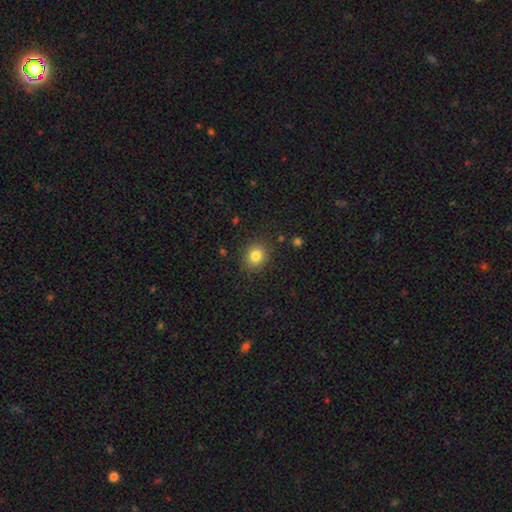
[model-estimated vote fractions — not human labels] Q: Smooth or featured?
A: smooth (82%); runner-up: star or artifact (11%)
Q: How rounded?
A: round (71%); runner-up: in between (29%)
Q: Merging?
A: none (86%); runner-up: minor disturbance (10%)